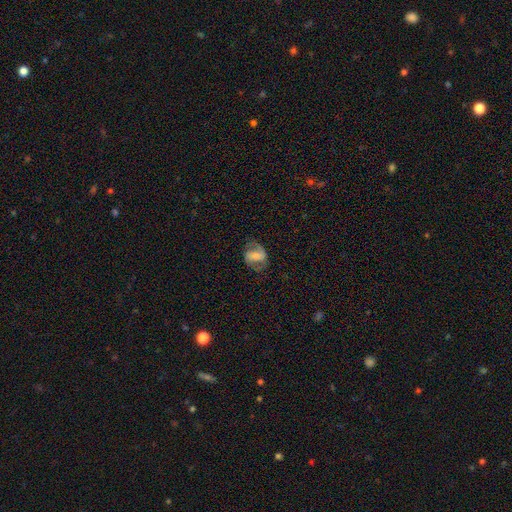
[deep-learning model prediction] Smooth or featured: featured or disk — 65% (smooth — 27%)
Edge-on disk: no — 96% (yes — 4%)
Bar: weak — 40% (strong — 34%)
Spiral arms: yes — 85% (no — 15%)
Spiral winding: medium — 50% (loose — 29%)
Spiral arm count: 2 — 86% (can't tell — 7%)
Bulge size: moderate — 42% (small — 38%)
Merging: none — 69% (minor disturbance — 18%)